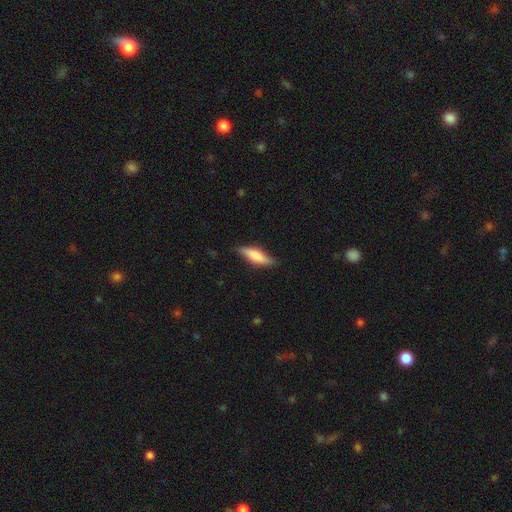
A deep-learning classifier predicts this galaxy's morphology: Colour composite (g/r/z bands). It shows a smooth galaxy with no disk features (70%) that is cigar-shaped (55%). Merging: none (77%).